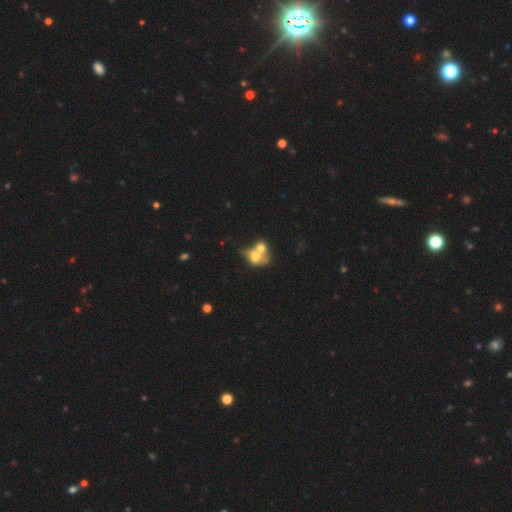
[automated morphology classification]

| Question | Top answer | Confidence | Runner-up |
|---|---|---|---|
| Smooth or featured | smooth | 60% | featured or disk (29%) |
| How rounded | in between | 57% | round (42%) |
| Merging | merger | 72% | none (14%) |